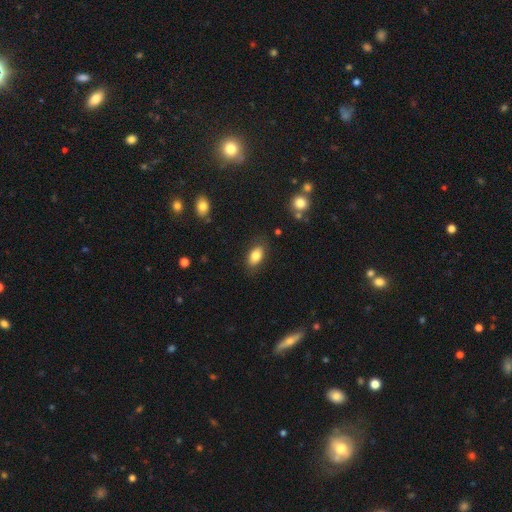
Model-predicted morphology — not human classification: Smooth or featured? Predicted: smooth (p=0.83). How rounded? Predicted: in between (p=0.89). Merging? Predicted: none (p=0.83).